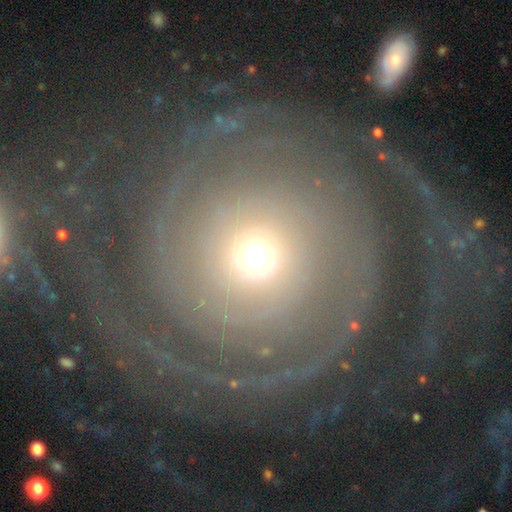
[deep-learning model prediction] Smooth or featured? featured or disk (86%)
Edge-on disk? no (98%)
Bar? no (81%)
Spiral arms? yes (94%)
Spiral winding? tight (71%)
Spiral arm count? 2 (37%)
Bulge size? small (59%)
Merging? none (72%)